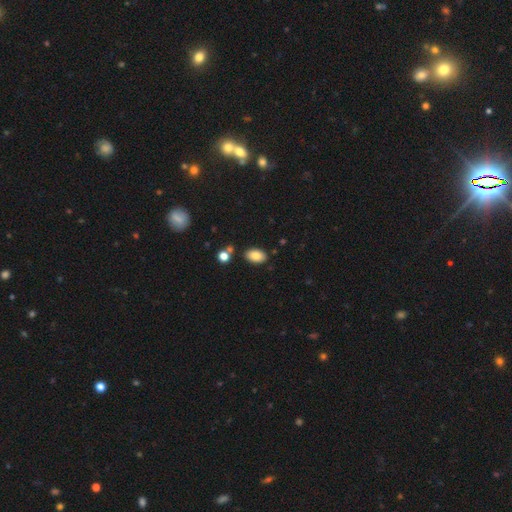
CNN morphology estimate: This is clearly a smooth galaxy (84%). How rounded: clearly in between (91%). Merging: clearly none (83%).